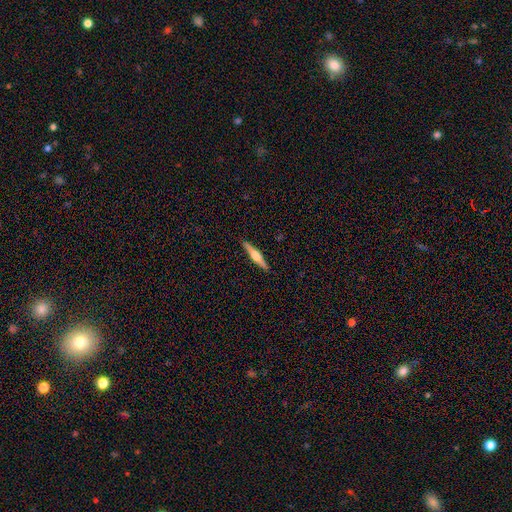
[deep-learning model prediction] The model was most divided on "smooth or featured": featured or disk: 64%, smooth: 30%, star or artifact: 6%. More confident: edge-on disk — yes (98%); merging — none (91%); edge-on bulge — rounded (80%).